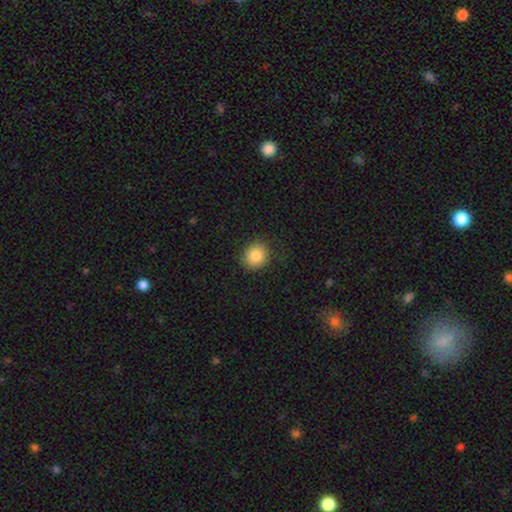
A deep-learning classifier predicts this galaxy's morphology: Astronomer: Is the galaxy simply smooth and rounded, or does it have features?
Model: smooth — 85%.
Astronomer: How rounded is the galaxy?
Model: round — 80%.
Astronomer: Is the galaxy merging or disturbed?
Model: none — 86%.